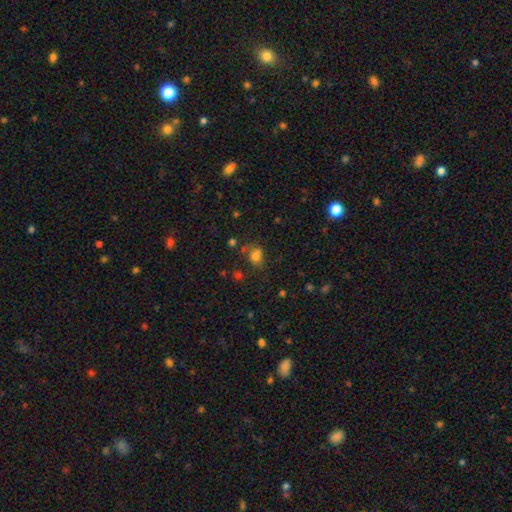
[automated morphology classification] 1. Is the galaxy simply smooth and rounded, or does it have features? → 68% smooth, 20% star or artifact, 12% featured or disk.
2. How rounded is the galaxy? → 58% in between, 40% round, 1% cigar-shaped.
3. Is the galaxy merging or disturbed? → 46% none, 21% minor disturbance, 20% merger, 13% major disturbance.